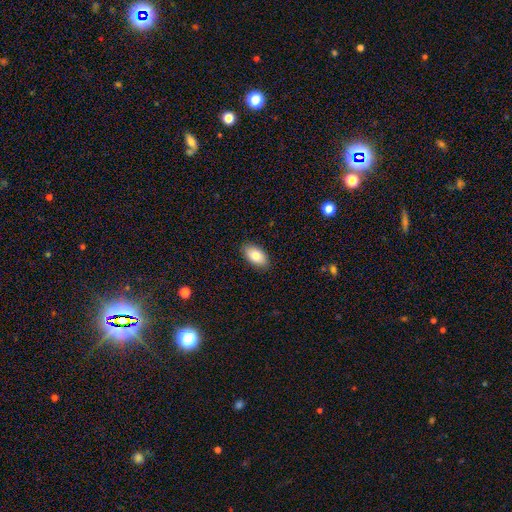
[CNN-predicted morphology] smooth-or-featured: smooth: 83% | featured or disk: 10% | star or artifact: 7%
  how-rounded: in between: 94% | round: 4% | cigar-shaped: 2%
  merging: none: 88% | minor disturbance: 9% | major disturbance: 2% | merger: 1%